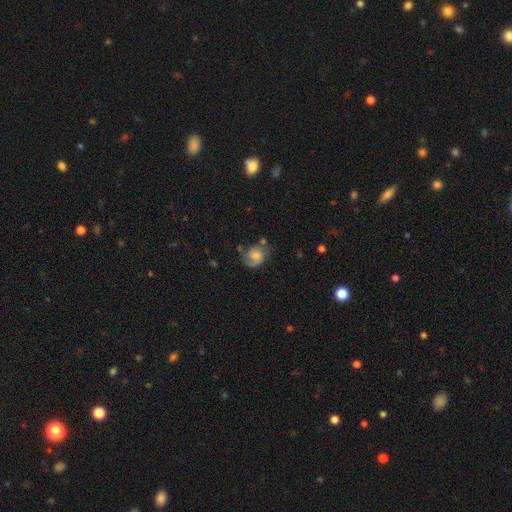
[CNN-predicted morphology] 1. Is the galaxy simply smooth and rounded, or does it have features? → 53% featured or disk, 38% smooth, 9% star or artifact.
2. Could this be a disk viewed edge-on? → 97% no, 3% yes.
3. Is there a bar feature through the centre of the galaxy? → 68% no, 28% weak, 4% strong.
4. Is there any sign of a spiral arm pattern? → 88% yes, 12% no.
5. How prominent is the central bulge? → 32% moderate, 26% small, 19% large, 19% none, 4% dominant.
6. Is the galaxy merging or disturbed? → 53% none, 25% minor disturbance, 17% major disturbance, 6% merger.